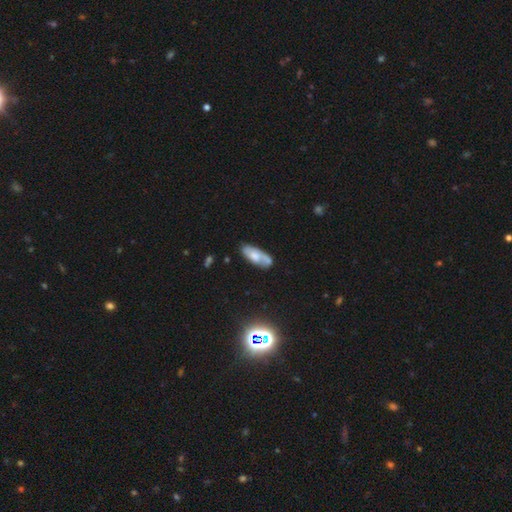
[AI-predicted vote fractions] Smooth or featured? Predicted: smooth (p=0.48). Merging? Predicted: none (p=0.58).